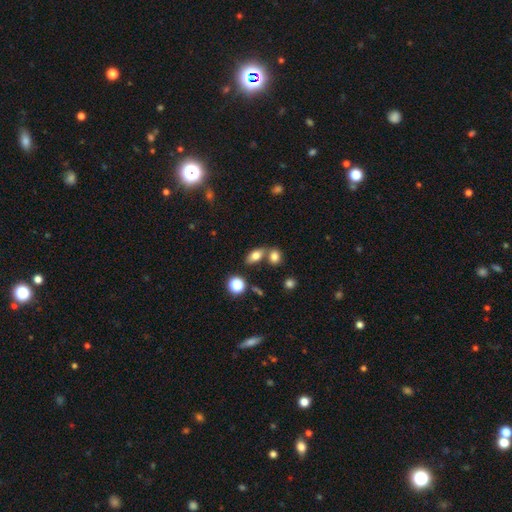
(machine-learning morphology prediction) Smooth or featured? smooth (76%)
How rounded? in between (84%)
Merging? none (56%)